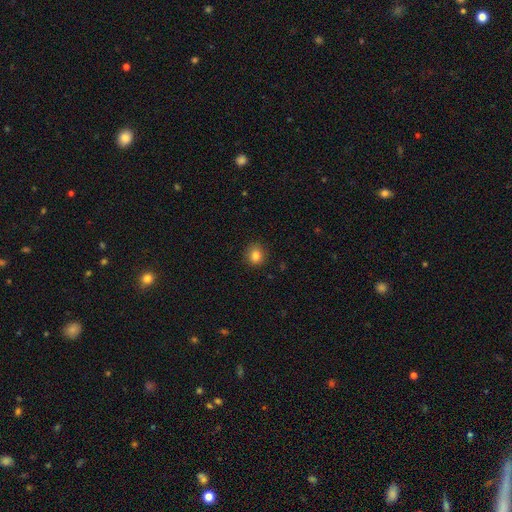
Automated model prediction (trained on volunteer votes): Smooth or featured?
  - smooth: 83% *
  - star or artifact: 11%
  - featured or disk: 5%
How rounded?
  - round: 86% *
  - in between: 13%
  - cigar-shaped: 1%
Merging?
  - none: 90% *
  - minor disturbance: 7%
  - major disturbance: 2%
  - merger: 1%